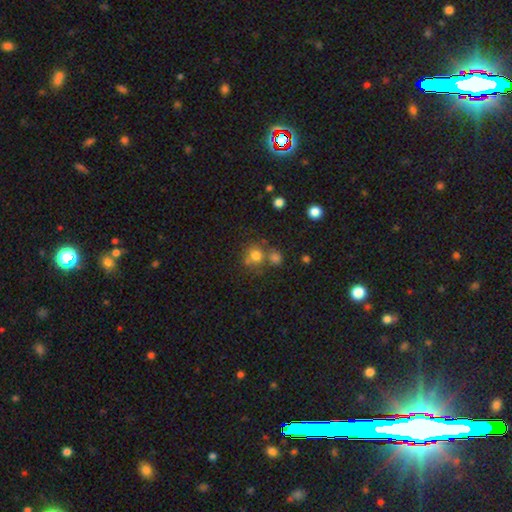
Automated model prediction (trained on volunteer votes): A smooth galaxy with no disk features (75%) that is round (87%). Merging: none (58%).